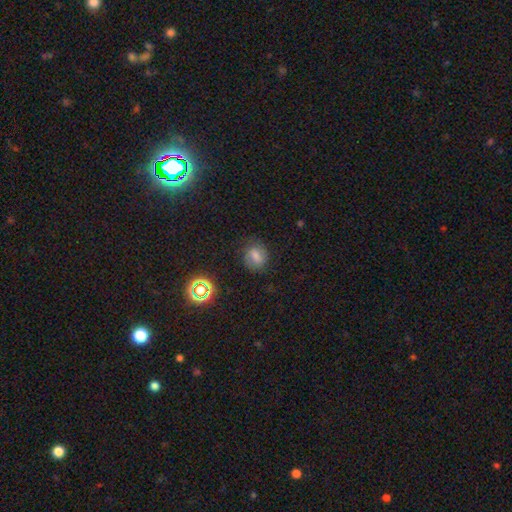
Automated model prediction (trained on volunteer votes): A smooth galaxy with no disk features (60%) that is round (65%).

Vote fractions:
- Smooth or featured? smooth: 60% / featured or disk: 23% / star or artifact: 17%
- How rounded? round: 65% / in between: 33% / cigar-shaped: 2%
- Merging? none: 80% / minor disturbance: 14% / major disturbance: 5% / merger: 1%